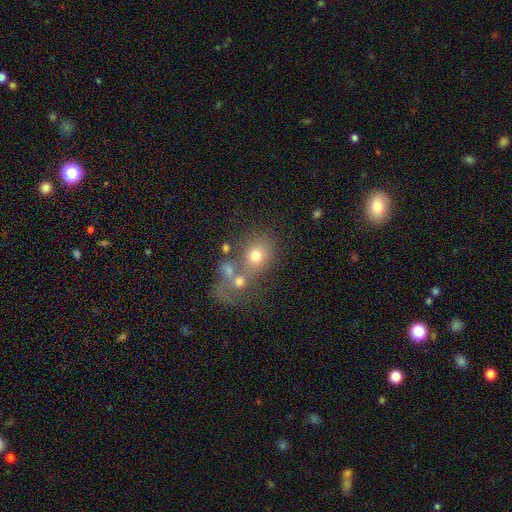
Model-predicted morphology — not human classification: Smooth or featured? Predicted: smooth (p=0.66). How rounded? Predicted: round (p=0.64). Merging? Predicted: merger (p=0.46).